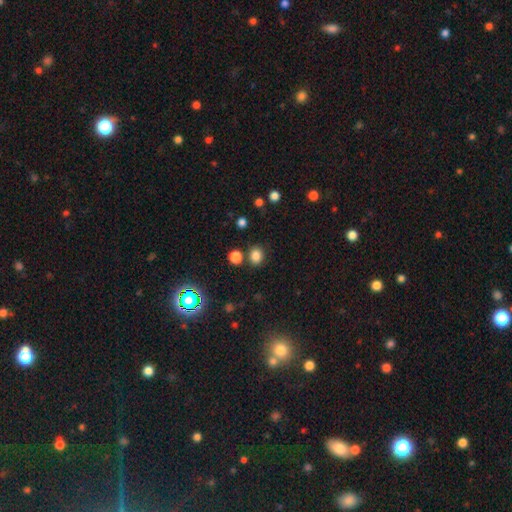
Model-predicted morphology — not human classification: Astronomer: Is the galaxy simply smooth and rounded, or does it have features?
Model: smooth — 81%.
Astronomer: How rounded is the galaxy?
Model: round — 63%.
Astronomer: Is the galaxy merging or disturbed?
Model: none — 79%.